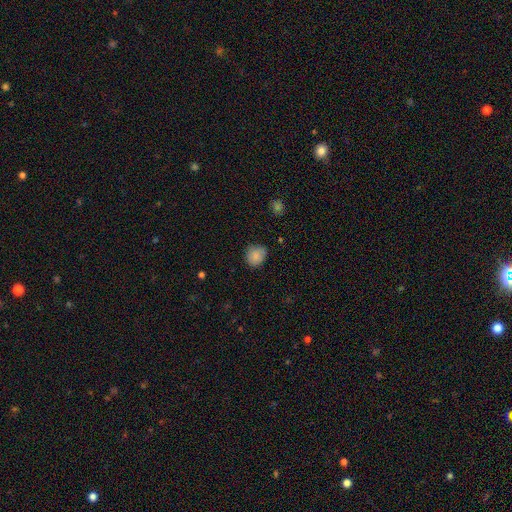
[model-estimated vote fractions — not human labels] Smooth or featured? smooth (84%)
How rounded? round (73%)
Merging? none (77%)